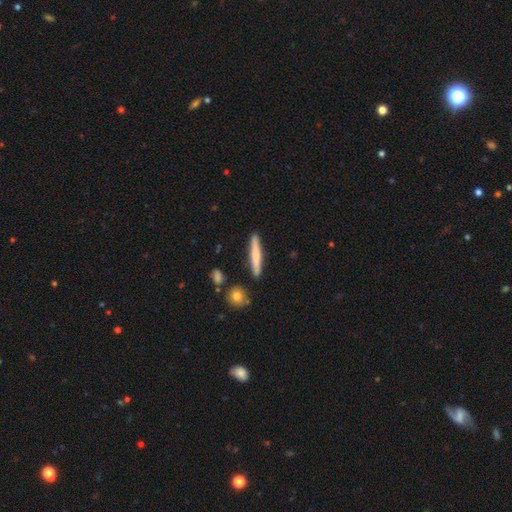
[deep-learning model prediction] A smooth galaxy with no disk features (67%) that is cigar-shaped (93%). Merging: none (88%).